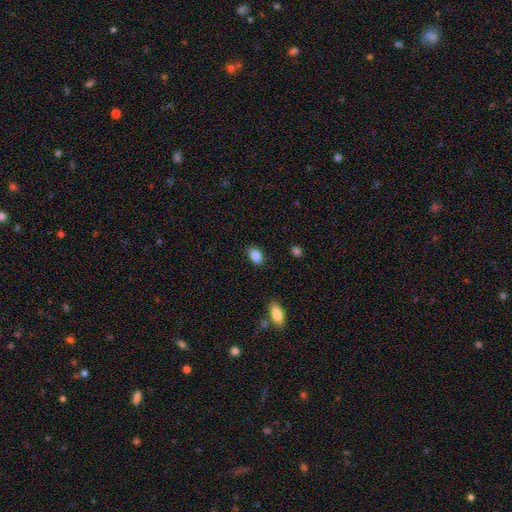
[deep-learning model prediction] A smooth galaxy with no disk features (87%) that is in between round and cigar-shaped (82%).

Vote fractions:
- Smooth or featured? smooth: 87% / star or artifact: 8% / featured or disk: 4%
- How rounded? in between: 82% / round: 17% / cigar-shaped: 1%
- Merging? none: 86% / minor disturbance: 10% / major disturbance: 3% / merger: 1%